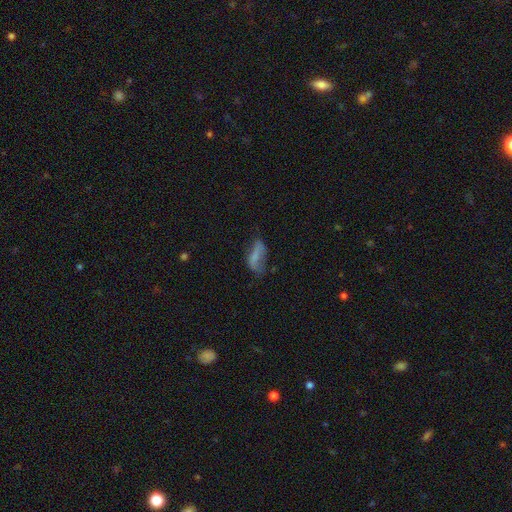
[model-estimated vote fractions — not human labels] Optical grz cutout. It shows a smooth galaxy with no disk features (59%) that is in between round and cigar-shaped (79%). Merging: none (36%).